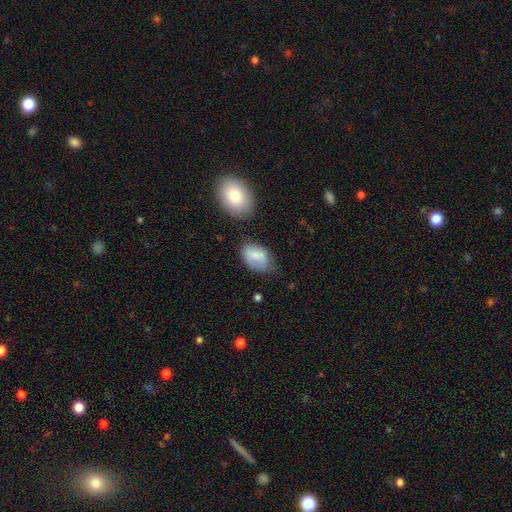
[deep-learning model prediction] A smooth galaxy with no disk features (75%) that is in between round and cigar-shaped (87%). Merging: none (52%).